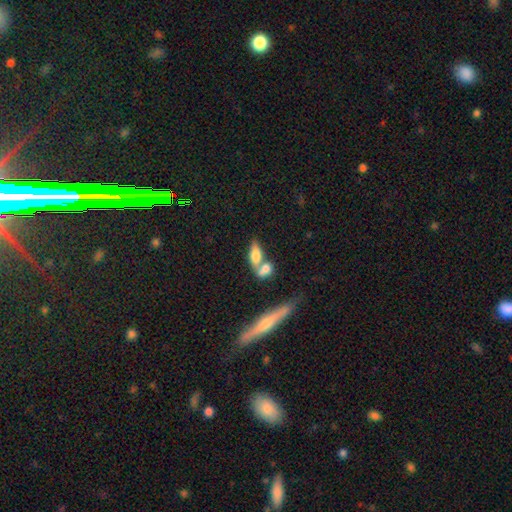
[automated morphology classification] The model was most divided on "merging": merger: 54%, none: 31%, minor disturbance: 10%, major disturbance: 6%. More confident: how rounded — in between (68%); smooth or featured — smooth (65%).